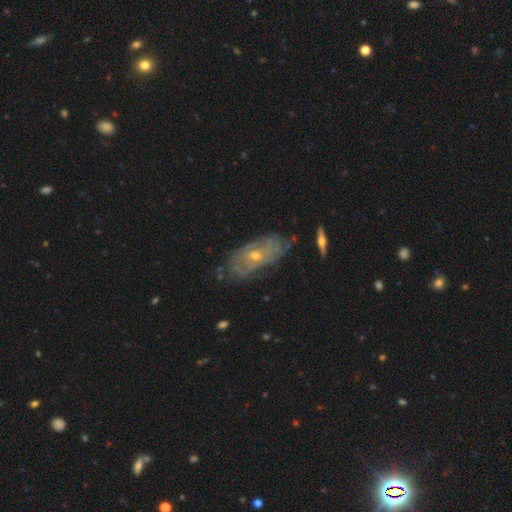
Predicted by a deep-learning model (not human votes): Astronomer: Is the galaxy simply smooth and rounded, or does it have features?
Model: featured or disk — 76%.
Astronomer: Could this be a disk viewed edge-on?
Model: no — 89%.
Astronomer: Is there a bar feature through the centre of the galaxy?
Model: no — 74%.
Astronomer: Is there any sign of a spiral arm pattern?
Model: yes — 73%.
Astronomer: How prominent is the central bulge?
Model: small — 54% (runner-up: moderate, 43%).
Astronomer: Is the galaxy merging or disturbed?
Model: none — 64%.